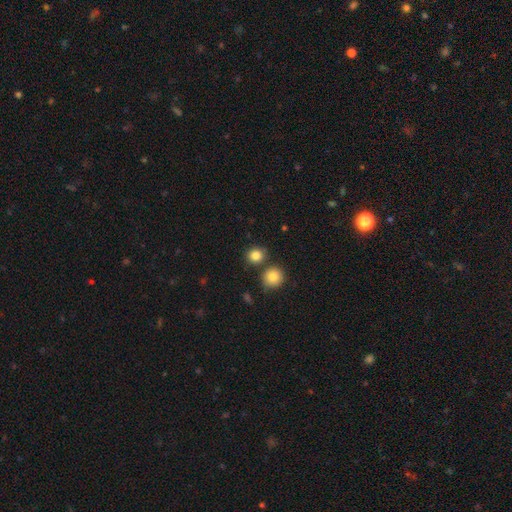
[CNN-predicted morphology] This appears to be a smooth galaxy with no disk features (84%) that is round (82%). Merging: none (75%).